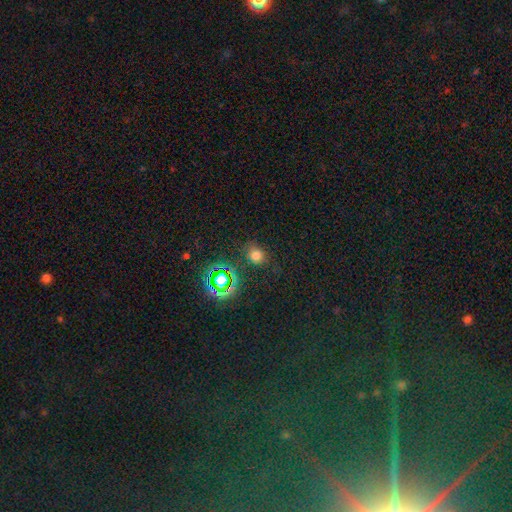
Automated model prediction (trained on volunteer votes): A smooth galaxy with no disk features (67%) that is round (71%). Merging: none (76%).